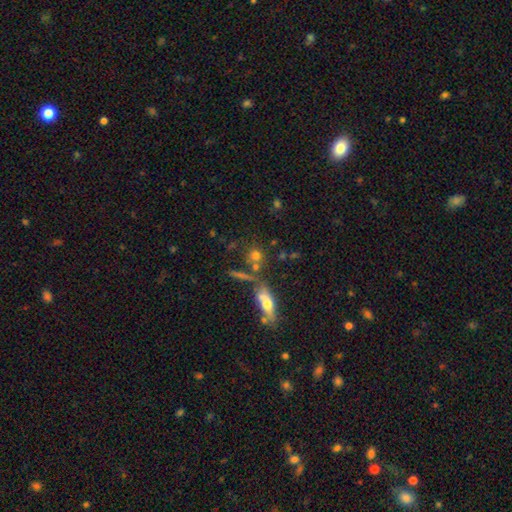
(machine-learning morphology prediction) smooth-or-featured: smooth: 69% | featured or disk: 16% | star or artifact: 15%
  how-rounded: round: 75% | in between: 17% | cigar-shaped: 7%
  merging: none: 58% | merger: 25% | minor disturbance: 11% | major disturbance: 6%